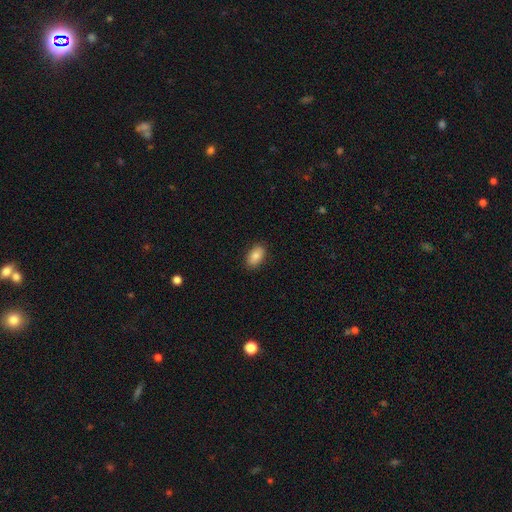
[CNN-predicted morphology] A smooth galaxy with no disk features (85%) that is in between round and cigar-shaped (91%).

Vote fractions:
- Smooth or featured? smooth: 85% / star or artifact: 8% / featured or disk: 7%
- How rounded? in between: 91% / round: 7% / cigar-shaped: 2%
- Merging? none: 88% / minor disturbance: 9% / major disturbance: 2% / merger: 1%